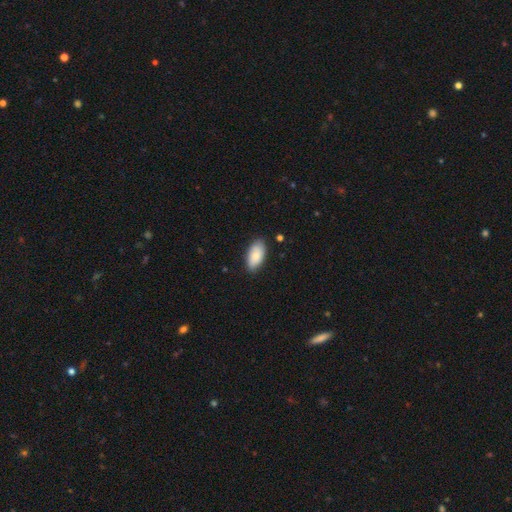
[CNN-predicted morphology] The model was most divided on "merging": none: 83%, minor disturbance: 14%, major disturbance: 2%, merger: 1%. More confident: how rounded — in between (94%); smooth or featured — smooth (84%).